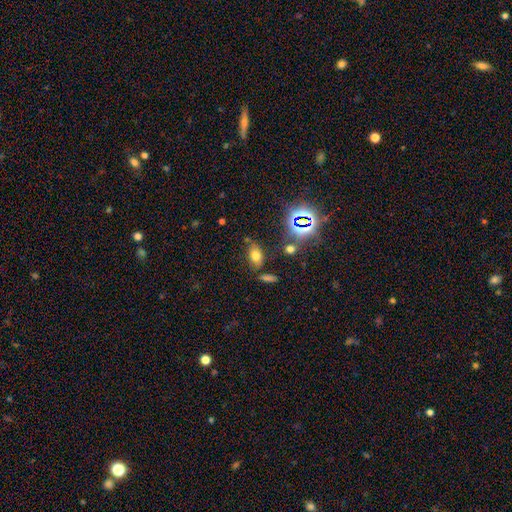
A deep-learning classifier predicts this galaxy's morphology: Smooth or featured? smooth (65%)
How rounded? in between (84%)
Merging? none (72%)